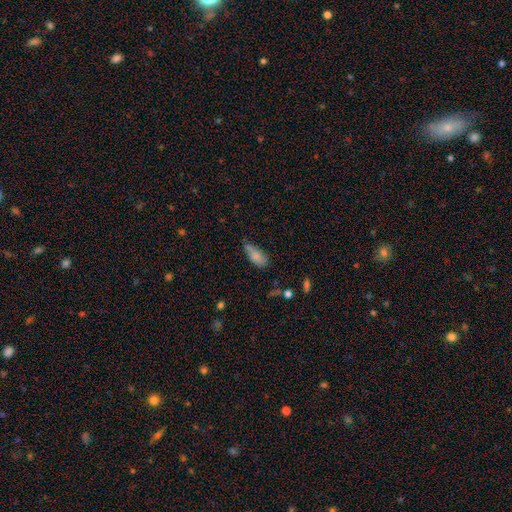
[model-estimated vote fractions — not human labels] A smooth galaxy with no disk features (78%) that is in between round and cigar-shaped (84%).

Vote fractions:
- Smooth or featured? smooth: 78% / featured or disk: 13% / star or artifact: 8%
- How rounded? in between: 84% / cigar-shaped: 14% / round: 3%
- Merging? none: 47% / minor disturbance: 36% / major disturbance: 10% / merger: 7%